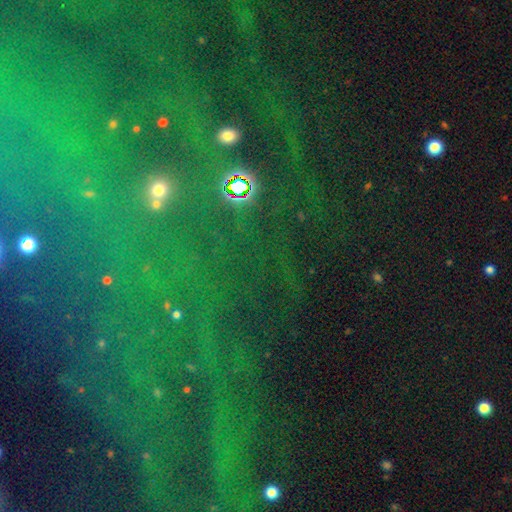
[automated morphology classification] type=star or artifact (76%).